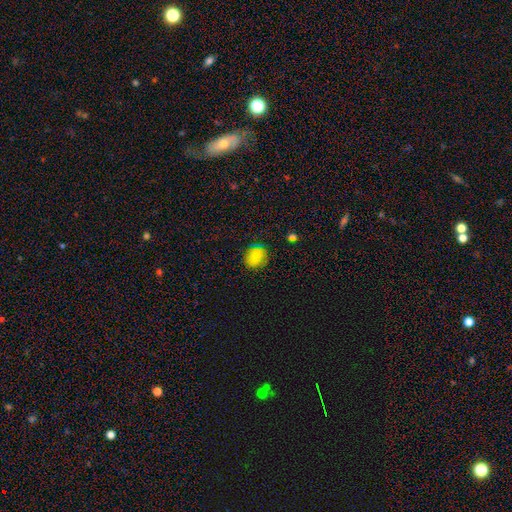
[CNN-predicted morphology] Q: Smooth or featured?
A: smooth (76%); runner-up: featured or disk (13%)
Q: How rounded?
A: round (66%); runner-up: in between (33%)
Q: Merging?
A: none (81%); runner-up: minor disturbance (15%)